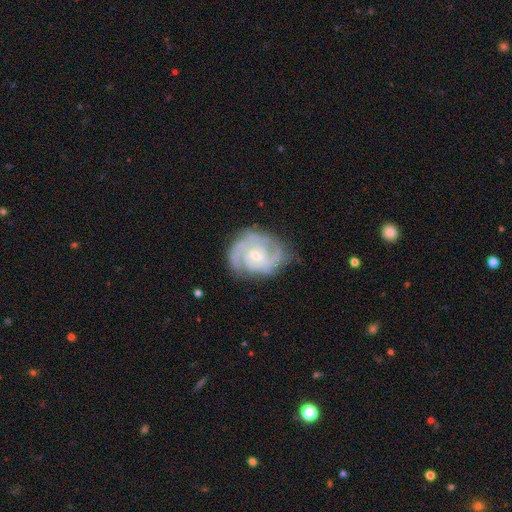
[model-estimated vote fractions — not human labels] Smooth or featured? Predicted: featured or disk (p=0.89). Edge-on disk? Predicted: no (p=0.98). Bar? Predicted: no (p=0.46). Spiral arms? Predicted: yes (p=0.97). Spiral winding? Predicted: tight (p=0.61). Spiral arm count? Predicted: 2 (p=0.41). Bulge size? Predicted: small (p=0.54). Merging? Predicted: none (p=0.73).